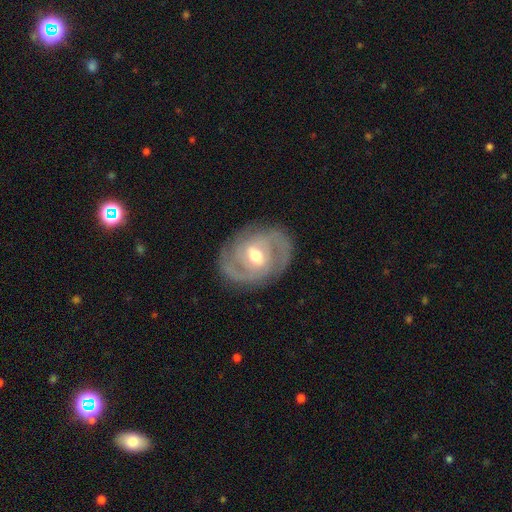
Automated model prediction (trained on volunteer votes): smooth_or_featured: featured or disk (p=0.85) [alt: smooth p=0.10]
disk_edge_on: no (p=0.97) [alt: yes p=0.03]
bar: weak (p=0.54) [alt: strong p=0.23]
has_spiral_arms: yes (p=0.92) [alt: no p=0.08]
spiral_winding: tight (p=0.50) [alt: medium p=0.39]
spiral_arm_count: 2 (p=0.70) [alt: can't tell p=0.13]
bulge_size: moderate (p=0.71) [alt: small p=0.20]
merging: none (p=0.81) [alt: minor disturbance p=0.13]